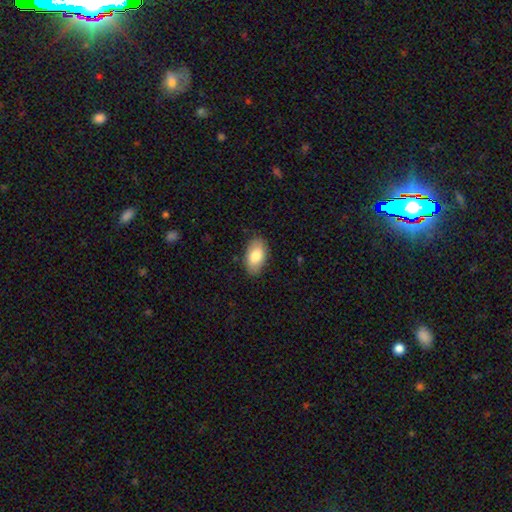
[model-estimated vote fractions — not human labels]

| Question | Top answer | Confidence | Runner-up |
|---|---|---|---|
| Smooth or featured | smooth | 82% | featured or disk (12%) |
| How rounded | in between | 94% | round (4%) |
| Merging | none | 85% | minor disturbance (11%) |